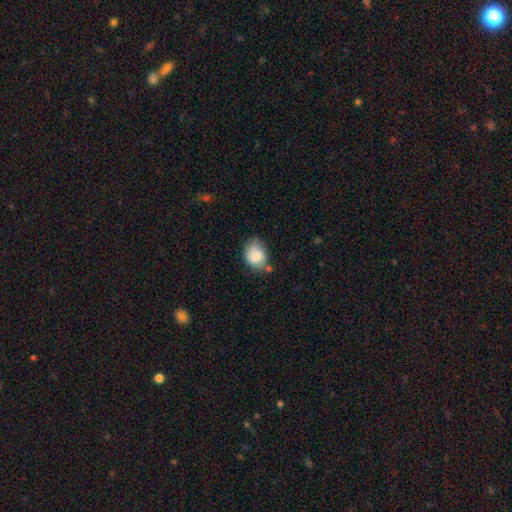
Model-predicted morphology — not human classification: smooth-or-featured: smooth: 82% | featured or disk: 10% | star or artifact: 8%
  how-rounded: in between: 57% | round: 42% | cigar-shaped: 1%
  merging: none: 57% | minor disturbance: 30% | major disturbance: 7% | merger: 6%